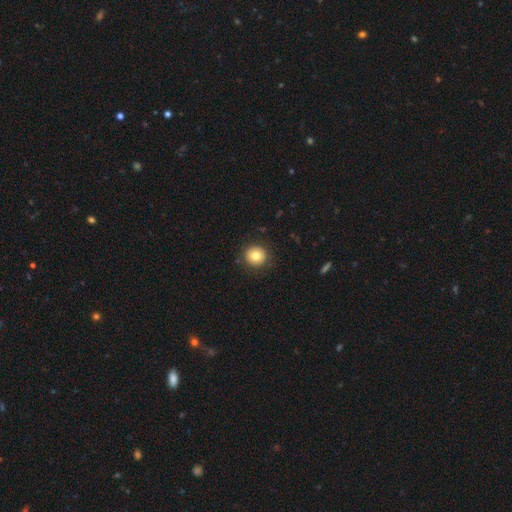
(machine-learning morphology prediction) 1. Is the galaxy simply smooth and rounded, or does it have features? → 80% smooth, 10% featured or disk, 10% star or artifact.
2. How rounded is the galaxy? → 93% round, 6% in between, 1% cigar-shaped.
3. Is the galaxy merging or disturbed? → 90% none, 7% minor disturbance, 2% major disturbance, 1% merger.